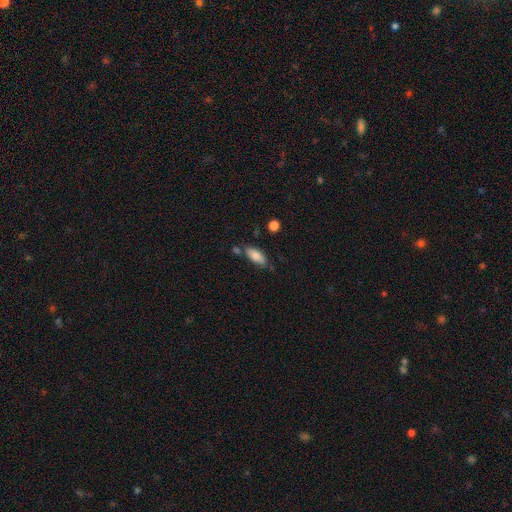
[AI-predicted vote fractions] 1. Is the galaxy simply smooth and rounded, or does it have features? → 79% smooth, 14% featured or disk, 7% star or artifact.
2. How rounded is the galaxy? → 81% in between, 17% cigar-shaped, 2% round.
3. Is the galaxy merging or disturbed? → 67% none, 21% minor disturbance, 8% merger, 5% major disturbance.